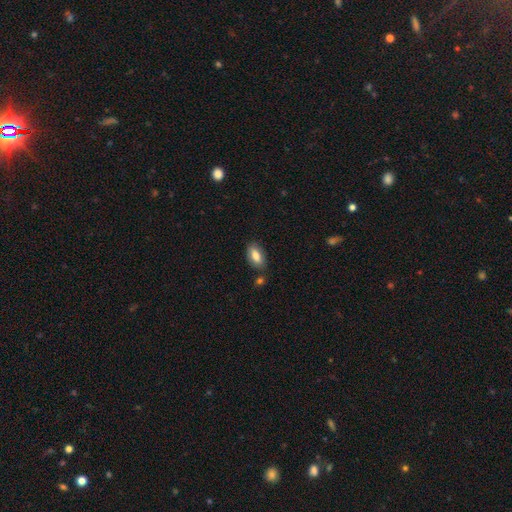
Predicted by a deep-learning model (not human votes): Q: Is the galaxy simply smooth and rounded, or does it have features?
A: smooth — 80%.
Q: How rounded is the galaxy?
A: in between — 90%.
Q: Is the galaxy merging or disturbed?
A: none — 80%.